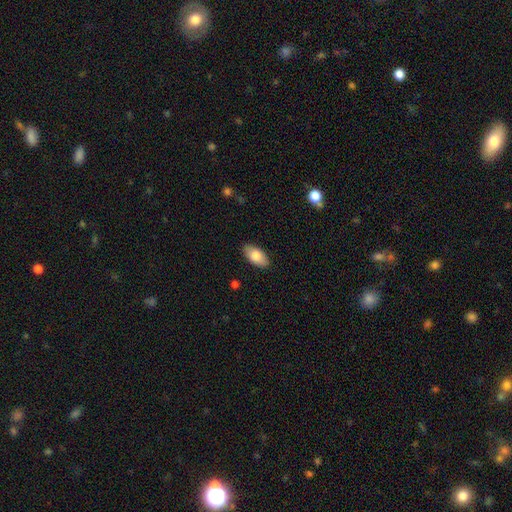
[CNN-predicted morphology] Smooth or featured? smooth (82%)
How rounded? in between (94%)
Merging? none (87%)